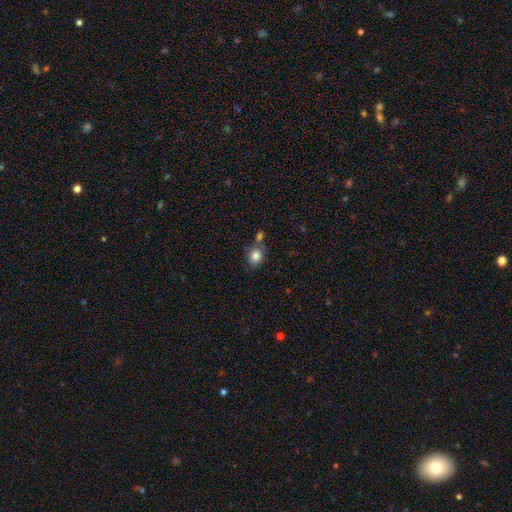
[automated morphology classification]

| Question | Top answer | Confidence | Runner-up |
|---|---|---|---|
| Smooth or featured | smooth | 82% | star or artifact (9%) |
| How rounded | in between | 51% | round (48%) |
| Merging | none | 57% | merger (23%) |